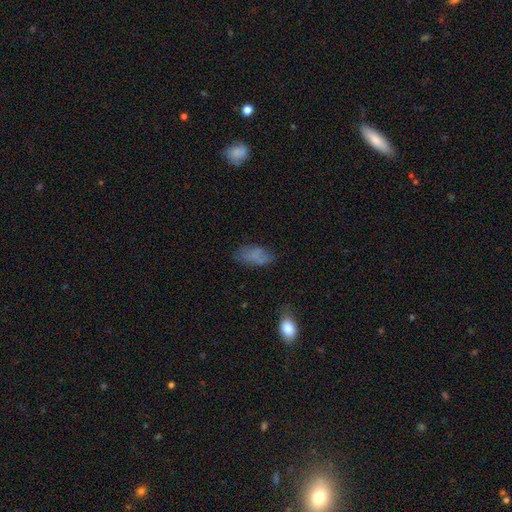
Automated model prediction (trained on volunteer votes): Smooth or featured: smooth — 73% (featured or disk — 16%)
How rounded: in between — 90% (cigar-shaped — 7%)
Merging: none — 59% (minor disturbance — 26%)